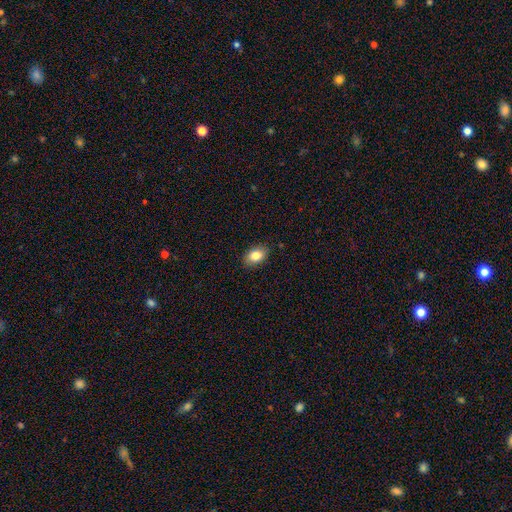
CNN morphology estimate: Q: Smooth or featured?
A: smooth (83%); runner-up: featured or disk (9%)
Q: How rounded?
A: in between (85%); runner-up: round (14%)
Q: Merging?
A: none (87%); runner-up: minor disturbance (10%)